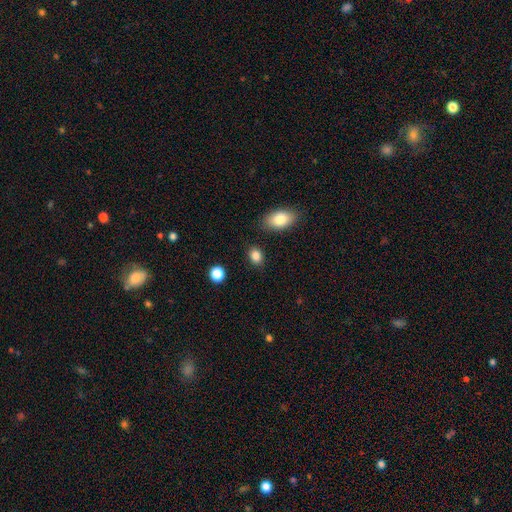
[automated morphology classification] Q: Smooth or featured?
A: smooth (86%); runner-up: star or artifact (9%)
Q: How rounded?
A: in between (65%); runner-up: round (34%)
Q: Merging?
A: none (86%); runner-up: minor disturbance (9%)